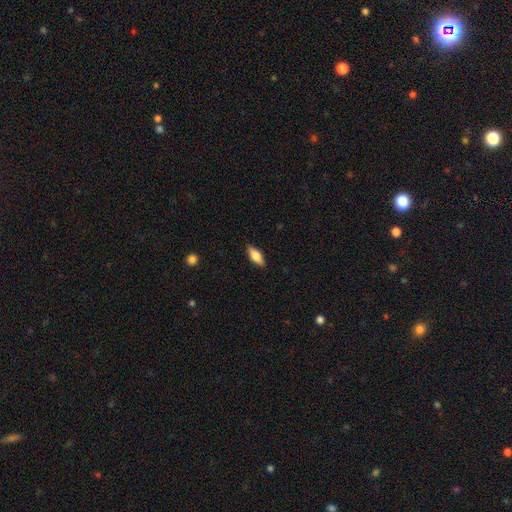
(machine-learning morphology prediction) Overall: smooth (66%; featured or disk 28%). How rounded: in between (73%). Merging: none (88%).